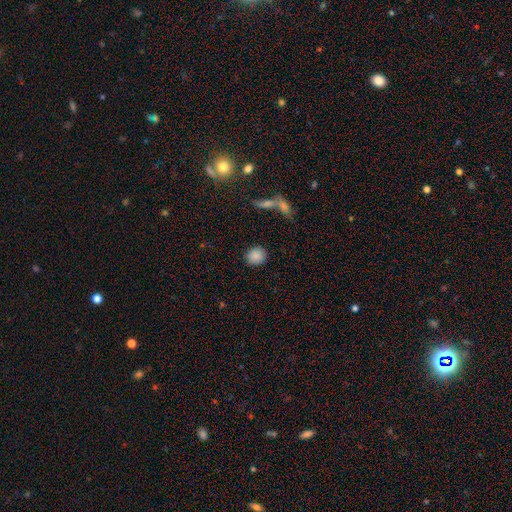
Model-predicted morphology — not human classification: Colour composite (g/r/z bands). It shows a smooth galaxy with no disk features (87%) that is round (77%). Merging: none (84%).